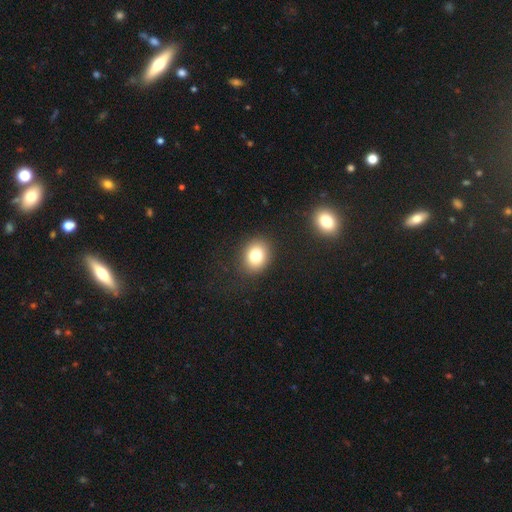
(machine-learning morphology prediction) smooth-or-featured: smooth: 78% | star or artifact: 12% | featured or disk: 10%
  how-rounded: round: 59% | in between: 40% | cigar-shaped: 1%
  merging: none: 87% | minor disturbance: 8% | major disturbance: 3% | merger: 1%